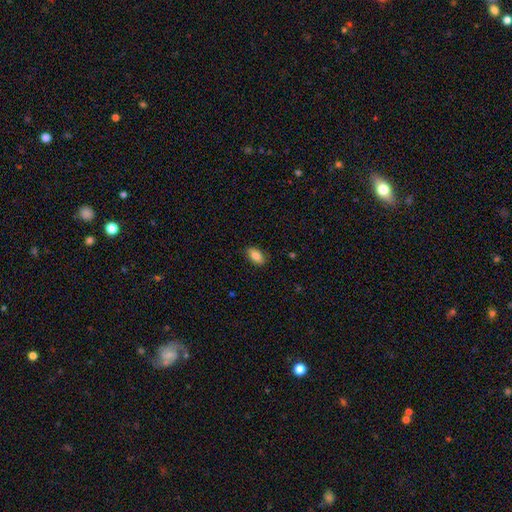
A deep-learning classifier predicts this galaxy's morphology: Smooth or featured? smooth (83%)
How rounded? in between (89%)
Merging? none (85%)